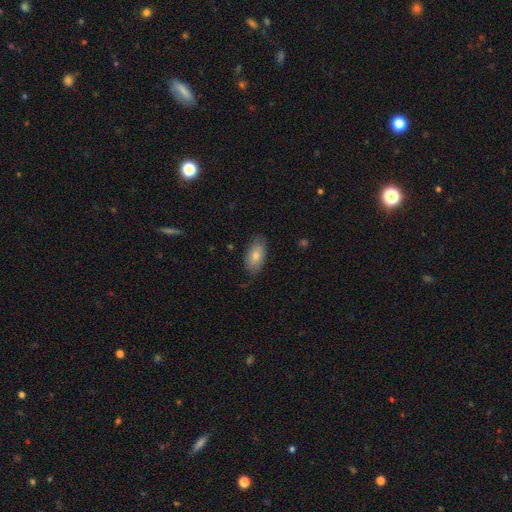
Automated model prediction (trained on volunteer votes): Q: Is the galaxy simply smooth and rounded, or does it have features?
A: smooth — 78%.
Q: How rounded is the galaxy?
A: in between — 93%.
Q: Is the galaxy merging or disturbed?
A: none — 80%.